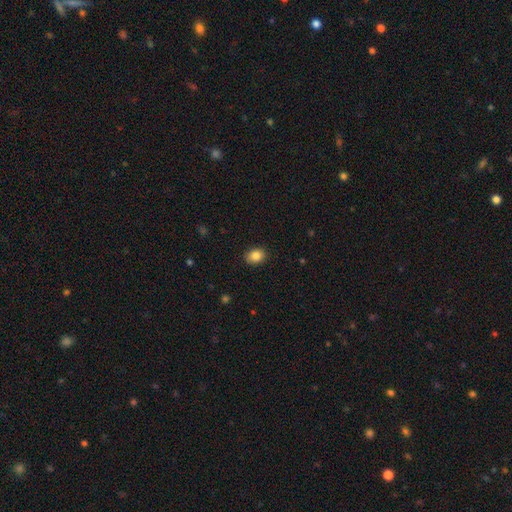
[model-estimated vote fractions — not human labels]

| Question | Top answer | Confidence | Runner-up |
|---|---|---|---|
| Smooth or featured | smooth | 86% | star or artifact (9%) |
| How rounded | in between | 65% | round (34%) |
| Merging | none | 89% | minor disturbance (8%) |